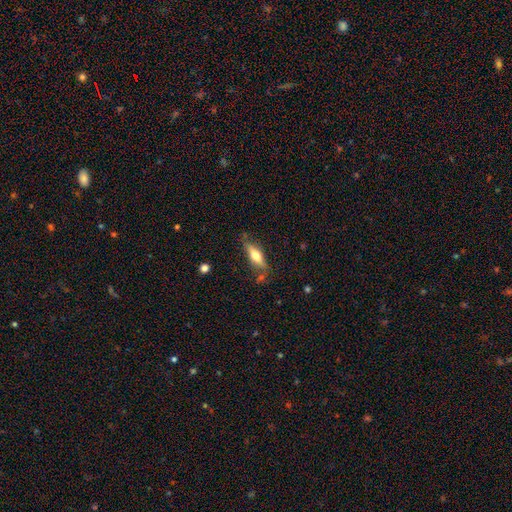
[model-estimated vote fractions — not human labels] Morphology: type=smooth (53%); roundness=cigar-shaped (54%); merging=none (74%).